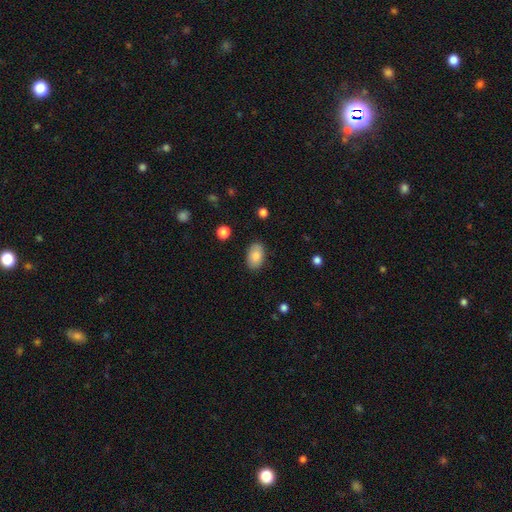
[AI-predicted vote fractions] This appears to be a smooth galaxy with no disk features (86%) that is in between round and cigar-shaped (92%). Merging: none (86%).